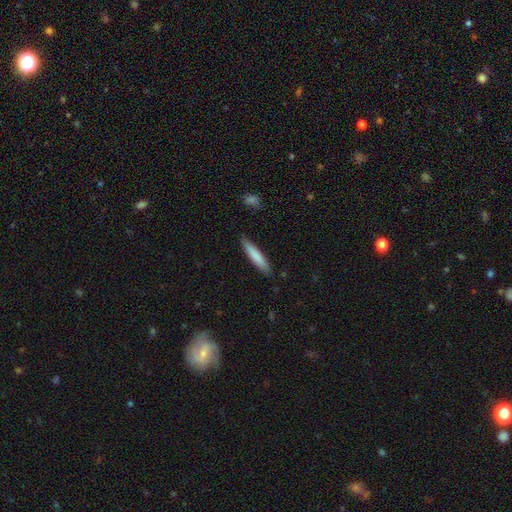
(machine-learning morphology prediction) Q: Smooth or featured?
A: smooth (81%); runner-up: featured or disk (14%)
Q: How rounded?
A: cigar-shaped (88%); runner-up: in between (11%)
Q: Merging?
A: none (87%); runner-up: minor disturbance (9%)